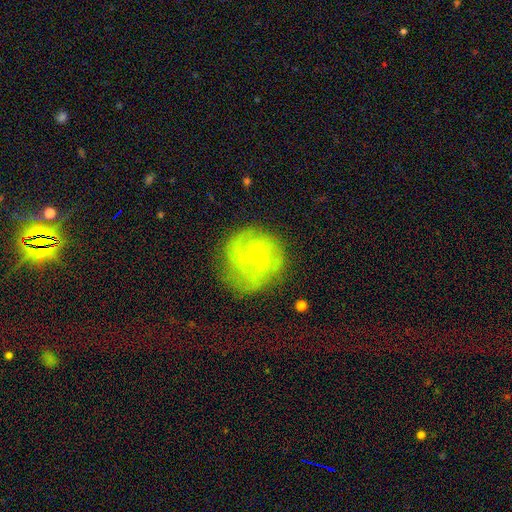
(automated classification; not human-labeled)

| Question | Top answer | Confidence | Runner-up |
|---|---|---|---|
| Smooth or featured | featured or disk | 79% | smooth (13%) |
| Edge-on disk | no | 98% | yes (2%) |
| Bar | no | 51% | weak (41%) |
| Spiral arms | yes | 93% | no (7%) |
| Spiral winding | tight | 45% | medium (43%) |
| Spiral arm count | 2 | 33% | 3 (27%) |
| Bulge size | small | 70% | none (17%) |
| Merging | none | 69% | minor disturbance (18%) |